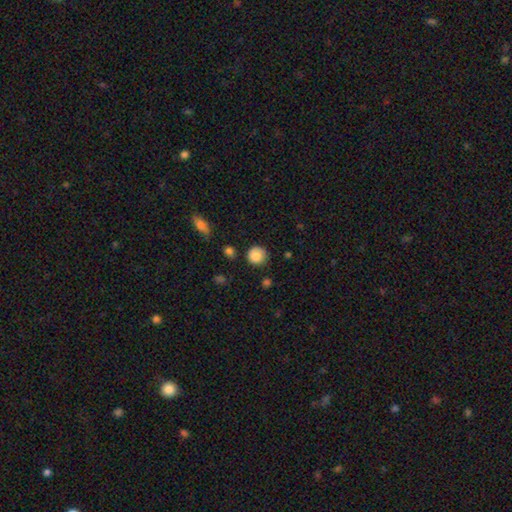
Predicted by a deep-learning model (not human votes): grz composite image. It shows a smooth galaxy with no disk features (85%) that is round (90%). Merging: none (75%).